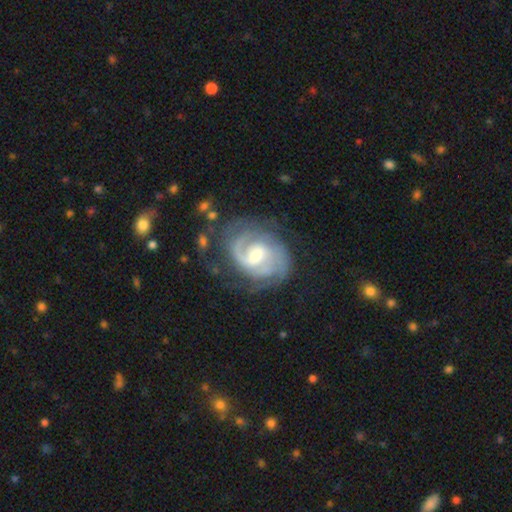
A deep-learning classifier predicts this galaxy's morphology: Smooth or featured? featured or disk (89%)
Edge-on disk? no (98%)
Bar? weak (56%)
Spiral arms? yes (97%)
Spiral winding? tight (48%)
Spiral arm count? 2 (60%)
Bulge size? moderate (55%)
Merging? none (67%)